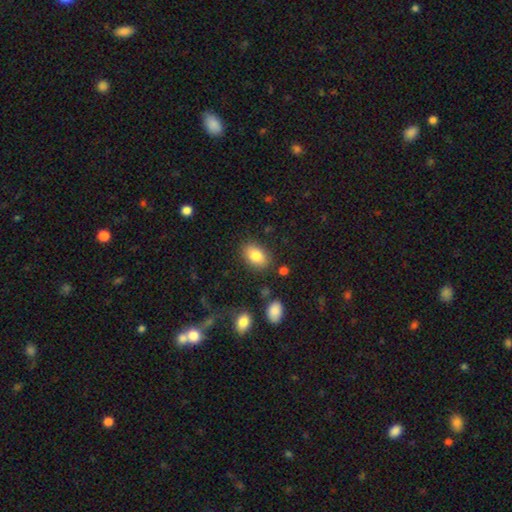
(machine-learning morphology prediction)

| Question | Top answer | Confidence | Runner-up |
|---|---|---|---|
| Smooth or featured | smooth | 83% | featured or disk (9%) |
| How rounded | in between | 87% | round (12%) |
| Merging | none | 83% | minor disturbance (11%) |